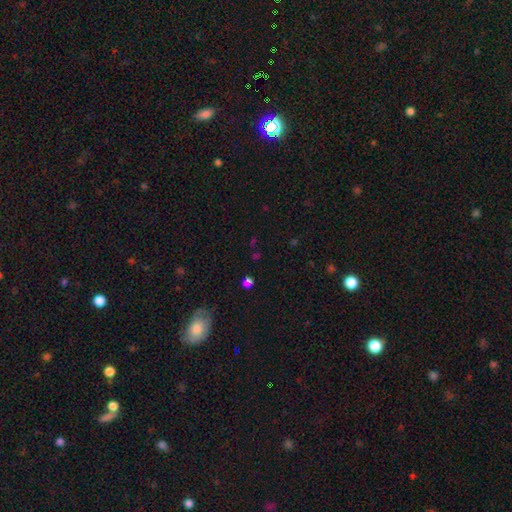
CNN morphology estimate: This is possibly a star or artifact rather than a galaxy (53%).